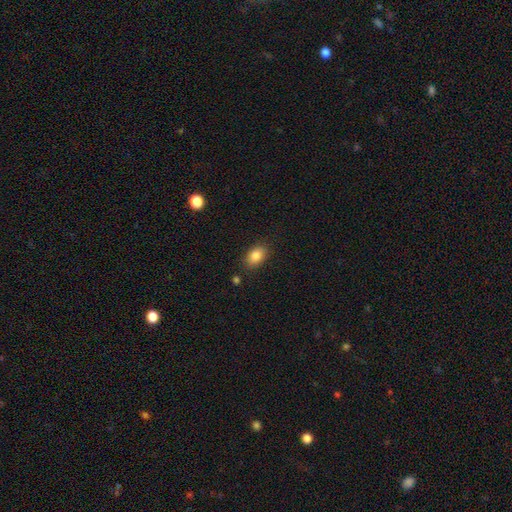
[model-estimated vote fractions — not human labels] This is clearly a smooth galaxy (85%). How rounded: clearly in between (83%). Merging: clearly none (84%).